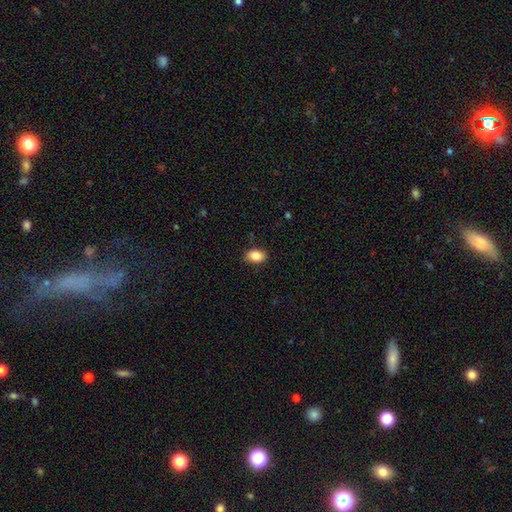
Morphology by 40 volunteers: smooth-or-featured: smooth: 82% | star or artifact: 12% | featured or disk: 5%
  how-rounded: in between: 76% | round: 24% | cigar-shaped: 0%
  merging: none: 91% | merger: 6% | major disturbance: 3% | minor disturbance: 0%